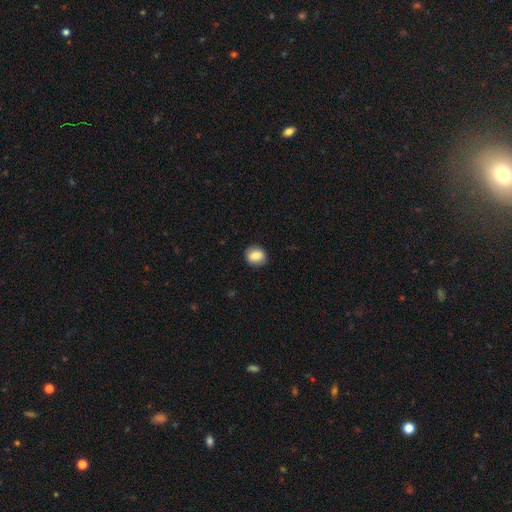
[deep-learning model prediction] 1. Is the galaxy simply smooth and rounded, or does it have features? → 85% smooth, 8% star or artifact, 8% featured or disk.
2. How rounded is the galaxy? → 66% round, 33% in between, 1% cigar-shaped.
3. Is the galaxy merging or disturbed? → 88% none, 9% minor disturbance, 2% major disturbance, 1% merger.